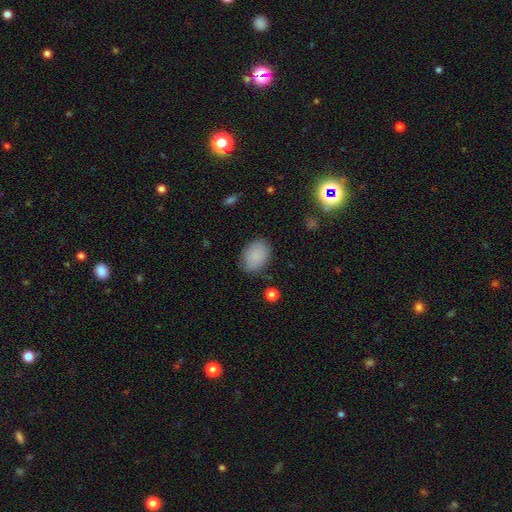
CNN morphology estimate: type=smooth (87%); roundness=in between (75%); merging=none (80%).